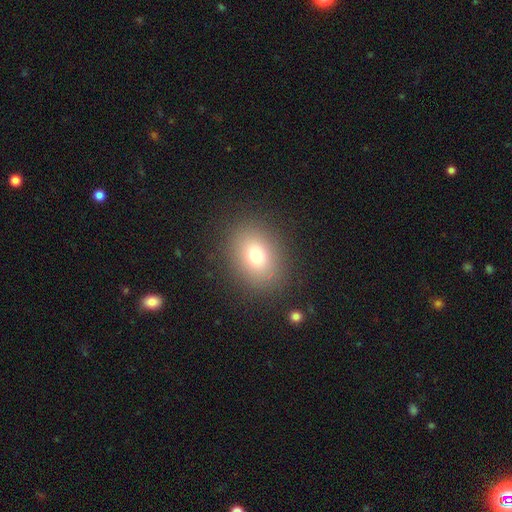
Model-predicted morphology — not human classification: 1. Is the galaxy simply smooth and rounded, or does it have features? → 76% smooth, 12% star or artifact, 12% featured or disk.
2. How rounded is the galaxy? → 59% in between, 40% round, 1% cigar-shaped.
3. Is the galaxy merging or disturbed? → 87% none, 8% minor disturbance, 4% major disturbance, 1% merger.